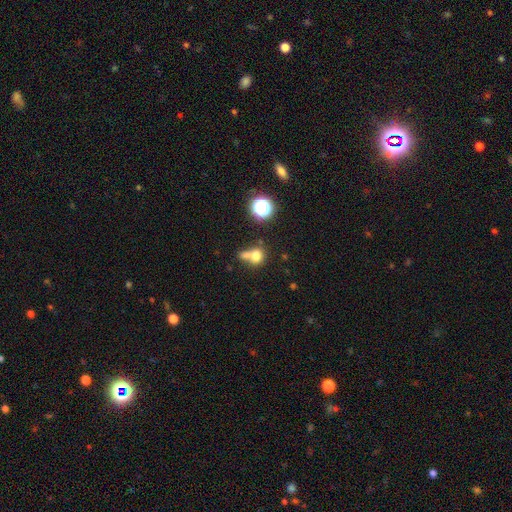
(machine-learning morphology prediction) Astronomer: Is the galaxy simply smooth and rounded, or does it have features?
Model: smooth — 72%.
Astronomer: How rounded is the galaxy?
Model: round — 72%.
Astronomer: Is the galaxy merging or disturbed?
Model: merger — 46% (runner-up: none, 37%).